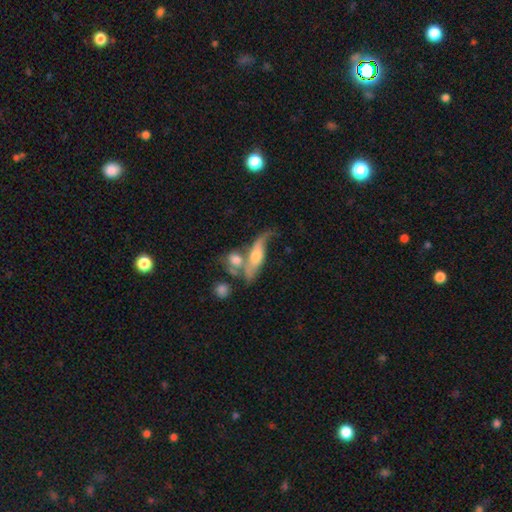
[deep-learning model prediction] Q: Smooth or featured?
A: featured or disk (60%); runner-up: smooth (32%)
Q: Edge-on disk?
A: no (54%); runner-up: yes (46%)
Q: Merging?
A: merger (40%); runner-up: none (28%)